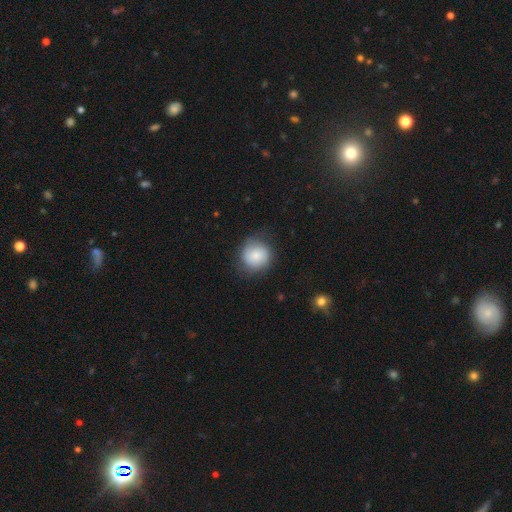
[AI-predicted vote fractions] A smooth galaxy with no disk features (78%) that is round (88%).

Vote fractions:
- Smooth or featured? smooth: 78% / featured or disk: 14% / star or artifact: 8%
- How rounded? round: 88% / in between: 11% / cigar-shaped: 1%
- Merging? none: 74% / minor disturbance: 18% / major disturbance: 7% / merger: 1%